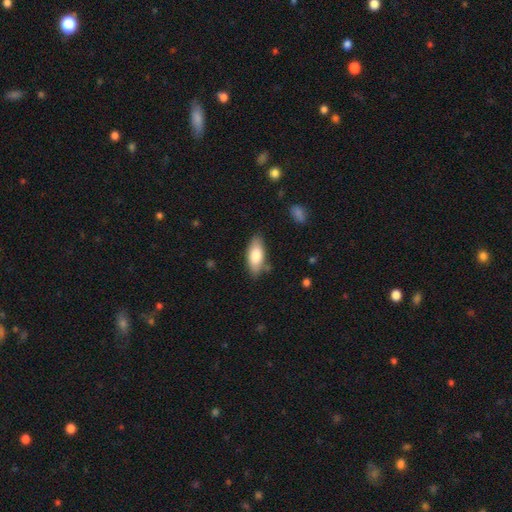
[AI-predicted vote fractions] Smooth or featured?
  - smooth: 77% *
  - featured or disk: 17%
  - star or artifact: 6%
How rounded?
  - in between: 80% *
  - cigar-shaped: 18%
  - round: 2%
Merging?
  - none: 78% *
  - minor disturbance: 16%
  - major disturbance: 3%
  - merger: 3%